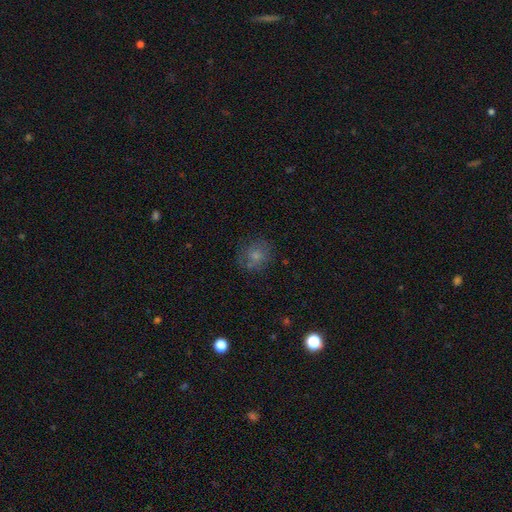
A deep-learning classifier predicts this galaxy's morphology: type=smooth (71%); roundness=round (81%); merging=none (73%).